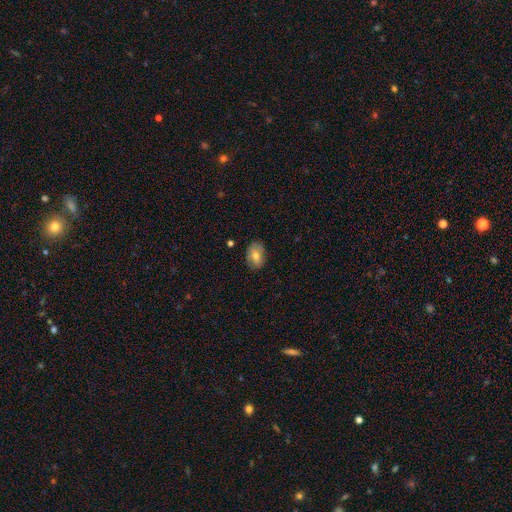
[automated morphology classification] Smooth or featured?
  - smooth: 62% *
  - featured or disk: 29%
  - star or artifact: 8%
How rounded?
  - in between: 85% *
  - round: 14%
  - cigar-shaped: 2%
Merging?
  - none: 78% *
  - minor disturbance: 17%
  - major disturbance: 4%
  - merger: 1%